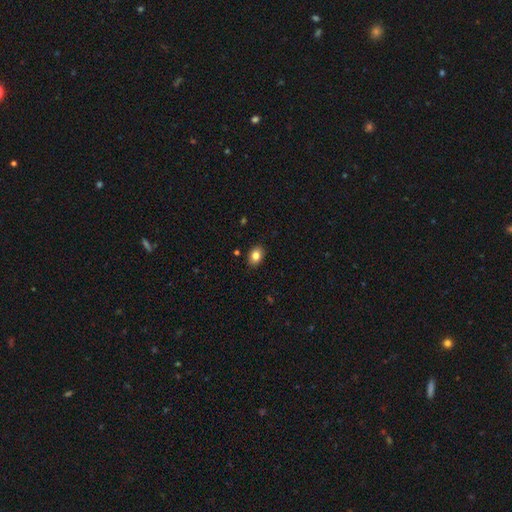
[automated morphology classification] This appears to be a smooth galaxy with no disk features (83%) that is in between round and cigar-shaped (79%). Merging: none (89%).